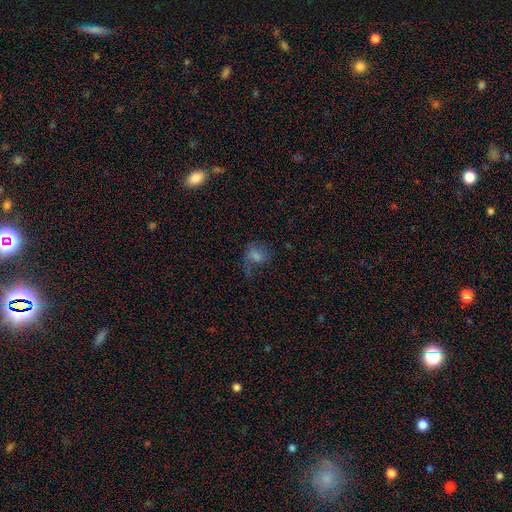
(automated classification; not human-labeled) A smooth galaxy with no disk features (54%) that is round (50%). Merging: none (45%).